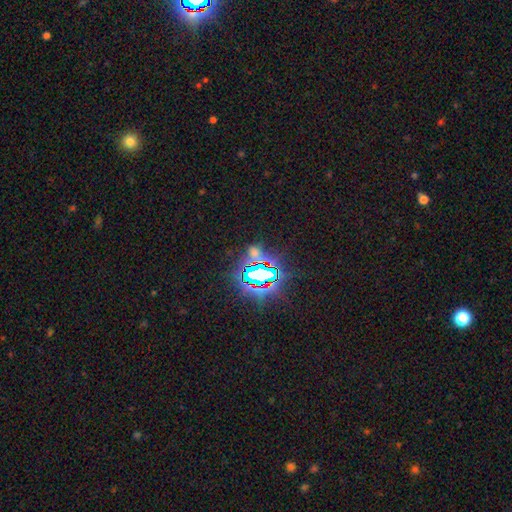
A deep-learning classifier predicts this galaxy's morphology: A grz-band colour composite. It shows a star or artifact, not a galaxy (69%).